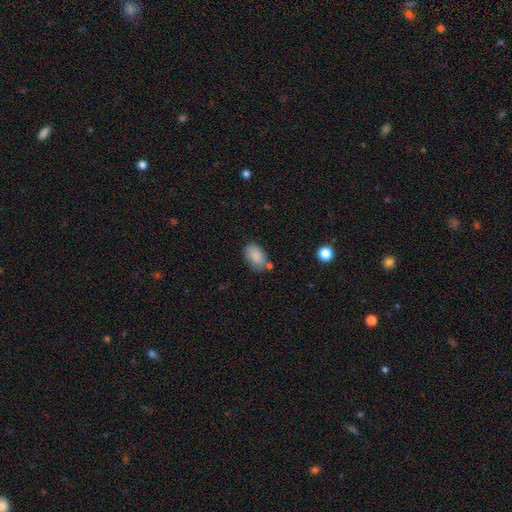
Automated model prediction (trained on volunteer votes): Smooth or featured? Predicted: smooth (p=0.86). How rounded? Predicted: in between (p=0.90). Merging? Predicted: none (p=0.66).